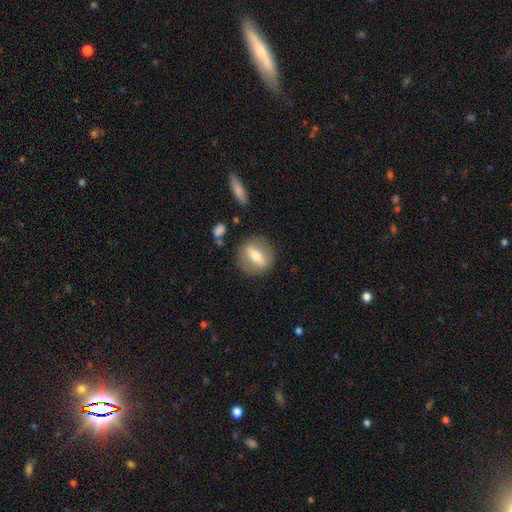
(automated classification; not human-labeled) Smooth or featured?
  - featured or disk: 48% *
  - smooth: 45%
  - star or artifact: 7%
Merging?
  - none: 84% *
  - minor disturbance: 10%
  - major disturbance: 4%
  - merger: 2%